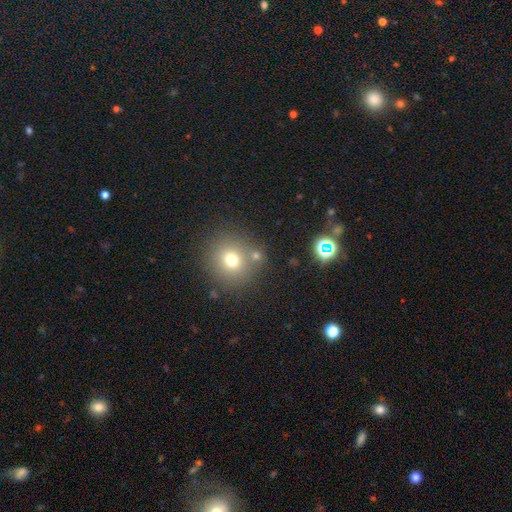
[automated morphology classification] Smooth or featured: smooth — 69% (star or artifact — 19%)
How rounded: round — 88% (in between — 11%)
Merging: none — 75% (merger — 12%)